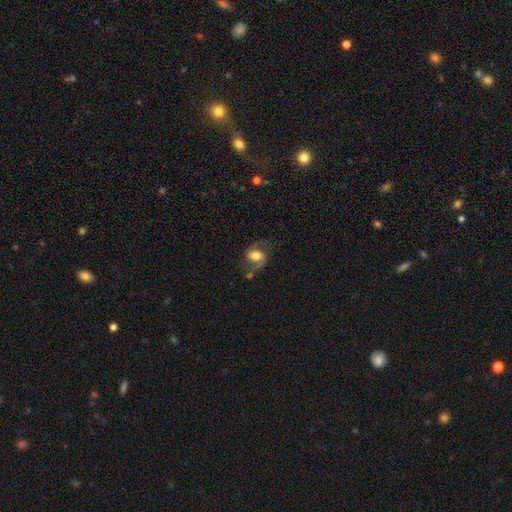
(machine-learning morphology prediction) featured or disk 70%, smooth 22%, star or artifact 8%. Down the decision tree: edge-on disk — no (97%); bar — no (41%, tied with weak); spiral arms — yes (92%); spiral arm count — 2 (89%); spiral winding — medium (46%); bulge size — moderate (51%); merging — none (61%).